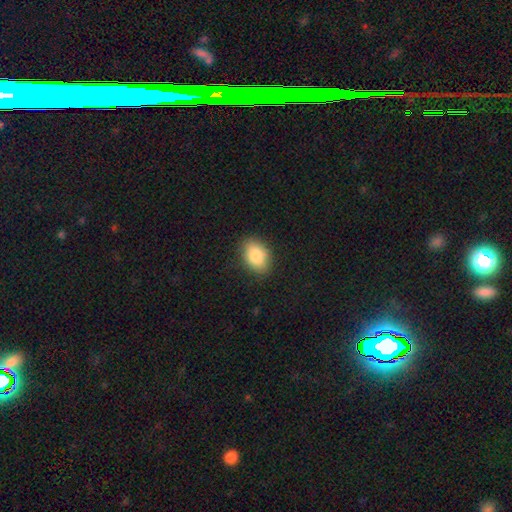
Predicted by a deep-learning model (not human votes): This is clearly a smooth galaxy (86%). How rounded: clearly in between (82%). Merging: clearly none (86%).